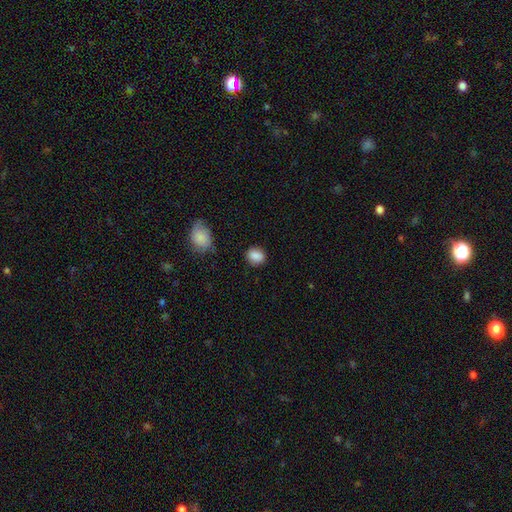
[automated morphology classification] Smooth or featured? smooth (87%)
How rounded? round (61%)
Merging? none (83%)